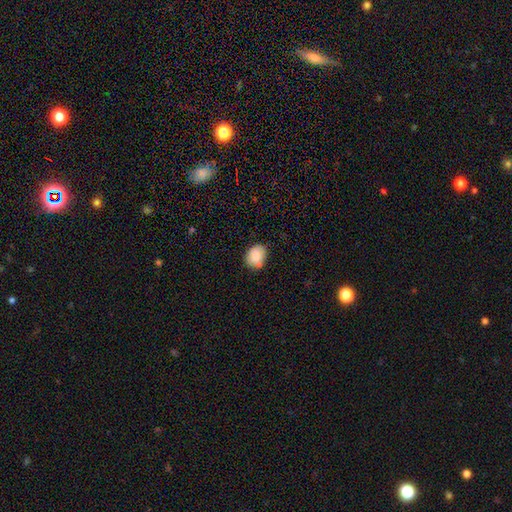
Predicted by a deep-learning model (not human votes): smooth-or-featured: smooth: 84% | star or artifact: 8% | featured or disk: 8%
  how-rounded: in between: 55% | round: 44% | cigar-shaped: 1%
  merging: none: 72% | minor disturbance: 23% | major disturbance: 4% | merger: 2%